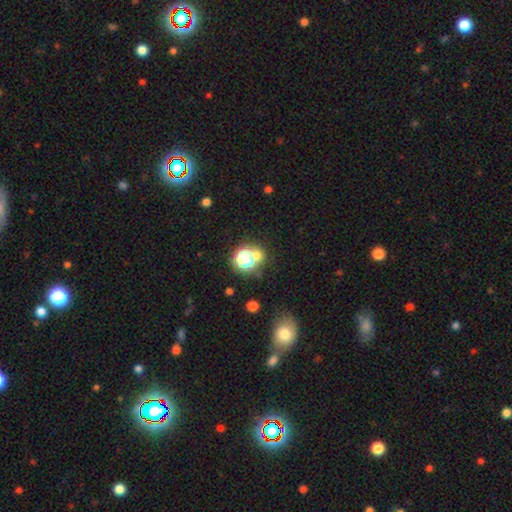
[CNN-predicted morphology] A smooth galaxy with no disk features (49%).

Vote fractions:
- Smooth or featured? smooth: 49% / star or artifact: 41% / featured or disk: 10%
- Merging? none: 61% / merger: 23% / minor disturbance: 10% / major disturbance: 6%